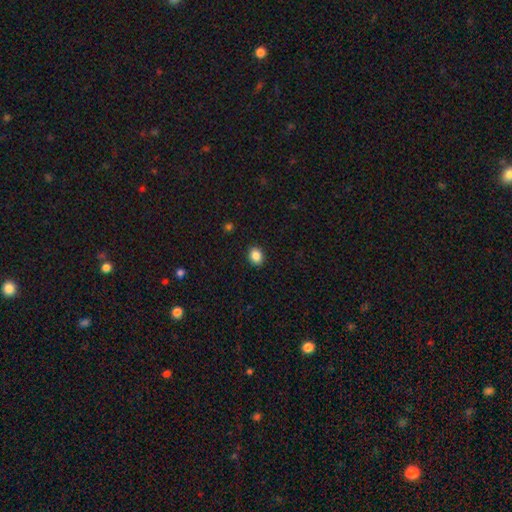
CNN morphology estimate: Smooth or featured? Predicted: smooth (p=0.87). How rounded? Predicted: in between (p=0.50). Merging? Predicted: none (p=0.90).